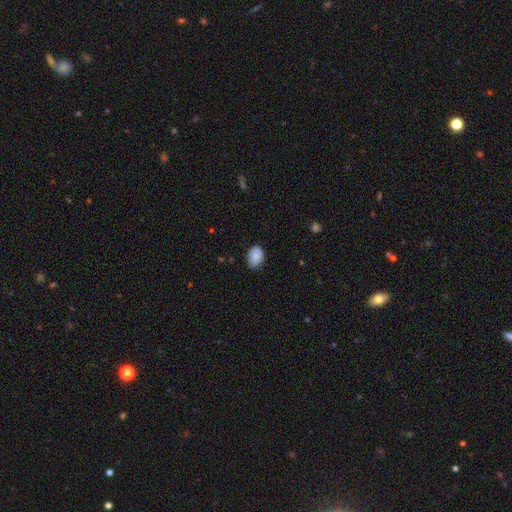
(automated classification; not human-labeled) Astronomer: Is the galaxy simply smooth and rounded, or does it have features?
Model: smooth — 84%.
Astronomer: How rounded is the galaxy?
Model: in between — 70%.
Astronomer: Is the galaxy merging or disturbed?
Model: none — 67%.